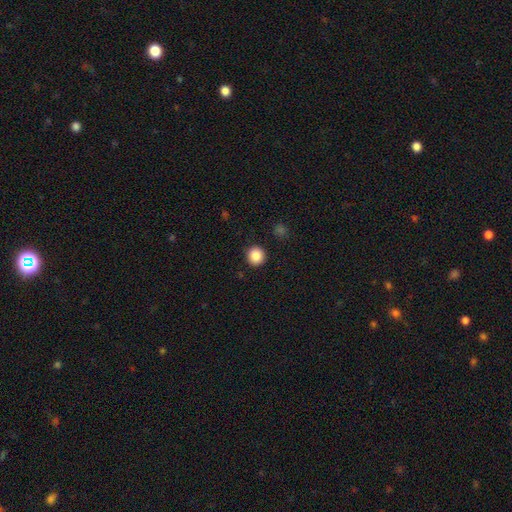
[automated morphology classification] Smooth or featured? smooth (87%)
How rounded? round (94%)
Merging? none (92%)